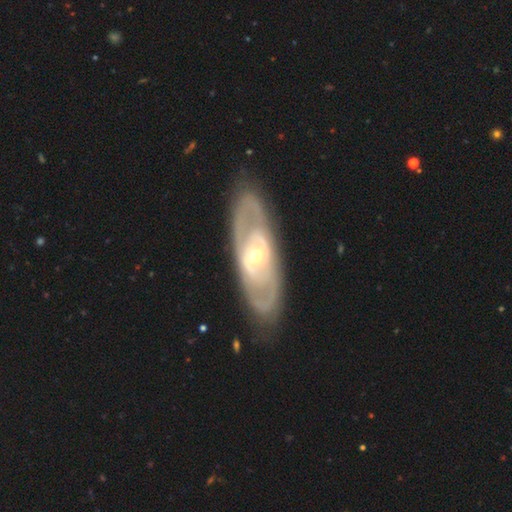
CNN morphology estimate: Q: Smooth or featured?
A: featured or disk (81%); runner-up: smooth (14%)
Q: Edge-on disk?
A: no (86%); runner-up: yes (14%)
Q: Bar?
A: no (65%); runner-up: weak (24%)
Q: Spiral arms?
A: yes (62%); runner-up: no (38%)
Q: Bulge size?
A: small (57%); runner-up: moderate (39%)
Q: Merging?
A: none (84%); runner-up: minor disturbance (11%)